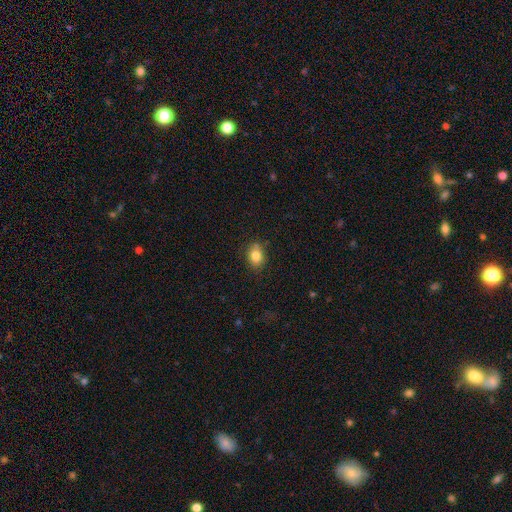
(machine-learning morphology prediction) Smooth or featured?
  - smooth: 82% *
  - star or artifact: 10%
  - featured or disk: 8%
How rounded?
  - in between: 55% *
  - round: 44%
  - cigar-shaped: 1%
Merging?
  - none: 73% *
  - minor disturbance: 19%
  - merger: 4%
  - major disturbance: 4%